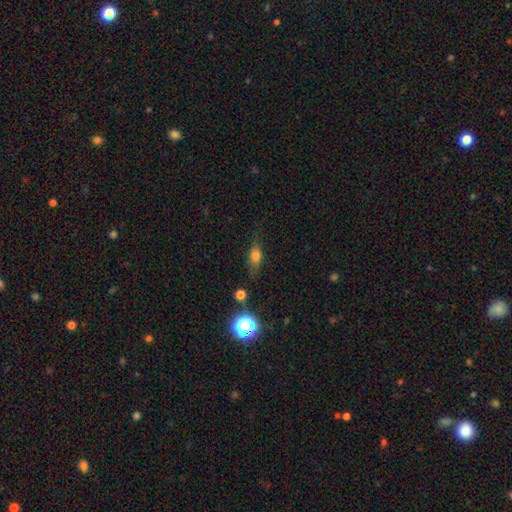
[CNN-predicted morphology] Smooth or featured? smooth (66%)
How rounded? in between (66%)
Merging? none (68%)